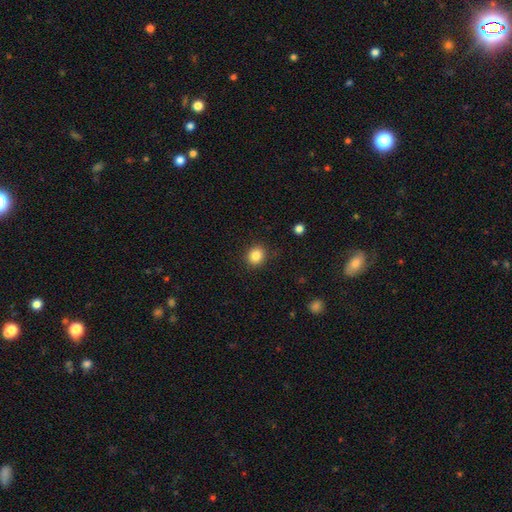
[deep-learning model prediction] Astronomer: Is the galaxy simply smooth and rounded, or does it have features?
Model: smooth — 85%.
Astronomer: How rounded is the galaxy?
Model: round — 79%.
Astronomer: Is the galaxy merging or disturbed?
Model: none — 89%.